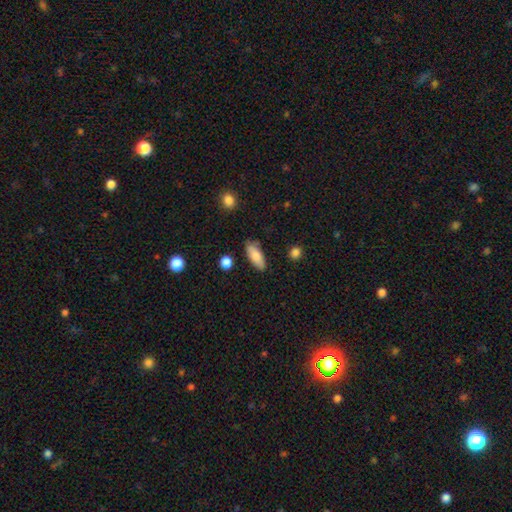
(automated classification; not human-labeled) smooth_or_featured: smooth (p=0.80) [alt: featured or disk p=0.13]
how_rounded: in between (p=0.76) [alt: cigar-shaped p=0.22]
merging: none (p=0.80) [alt: minor disturbance p=0.14]